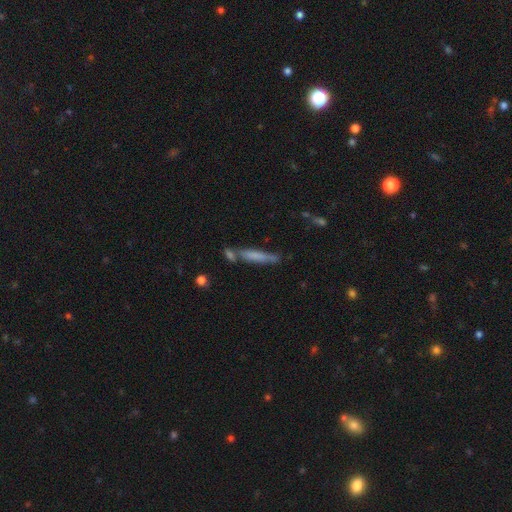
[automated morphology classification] Smooth or featured? smooth (65%)
How rounded? cigar-shaped (89%)
Merging? none (60%)